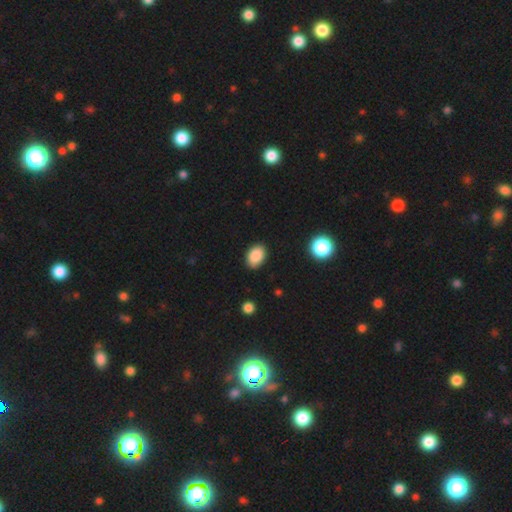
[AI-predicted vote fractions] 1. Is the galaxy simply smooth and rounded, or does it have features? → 88% smooth, 8% star or artifact, 4% featured or disk.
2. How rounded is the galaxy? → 84% in between, 15% round, 1% cigar-shaped.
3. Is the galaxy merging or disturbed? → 87% none, 10% minor disturbance, 2% major disturbance, 1% merger.